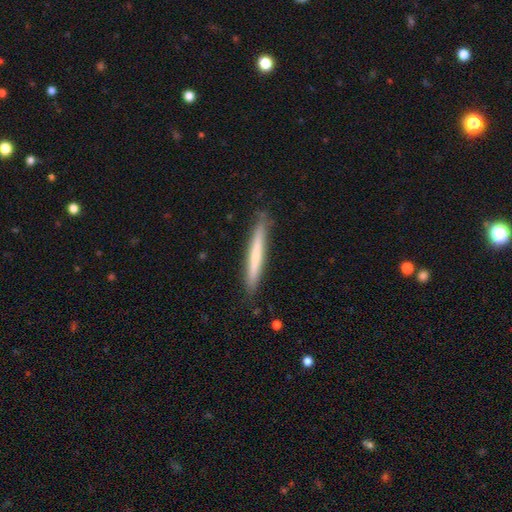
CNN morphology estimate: Smooth or featured? Predicted: smooth (p=0.60). How rounded? Predicted: cigar-shaped (p=0.97). Merging? Predicted: none (p=0.88).